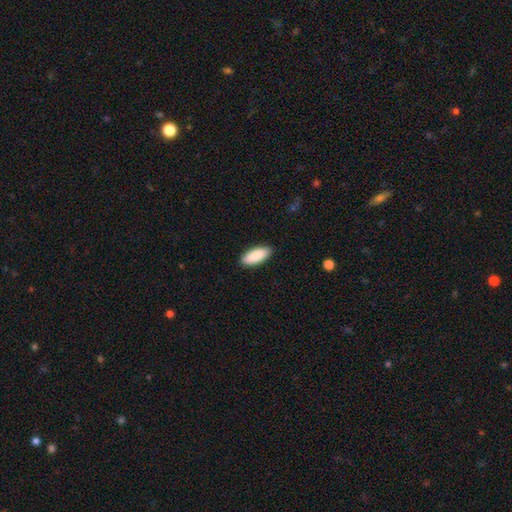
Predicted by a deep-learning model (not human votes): Q: Smooth or featured?
A: smooth (90%); runner-up: star or artifact (5%)
Q: How rounded?
A: in between (81%); runner-up: cigar-shaped (17%)
Q: Merging?
A: none (90%); runner-up: minor disturbance (8%)